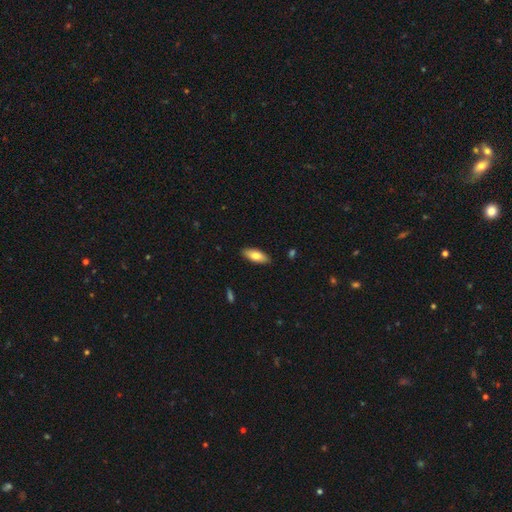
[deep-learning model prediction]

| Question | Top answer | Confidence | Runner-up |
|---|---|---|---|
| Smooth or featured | smooth | 76% | featured or disk (18%) |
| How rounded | in between | 77% | cigar-shaped (20%) |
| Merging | none | 88% | minor disturbance (9%) |